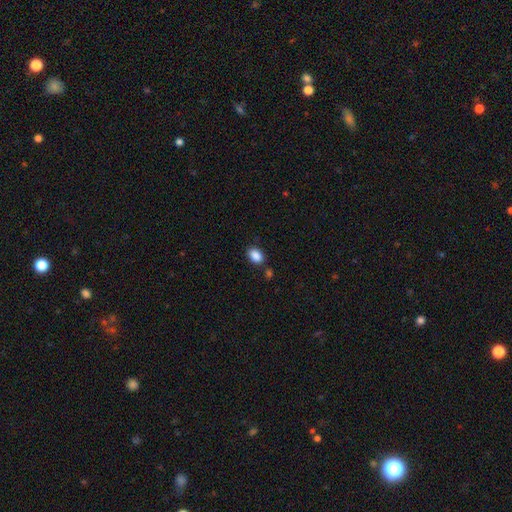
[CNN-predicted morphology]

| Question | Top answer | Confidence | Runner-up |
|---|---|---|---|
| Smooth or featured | smooth | 88% | star or artifact (9%) |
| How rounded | in between | 83% | round (16%) |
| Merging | none | 79% | minor disturbance (12%) |